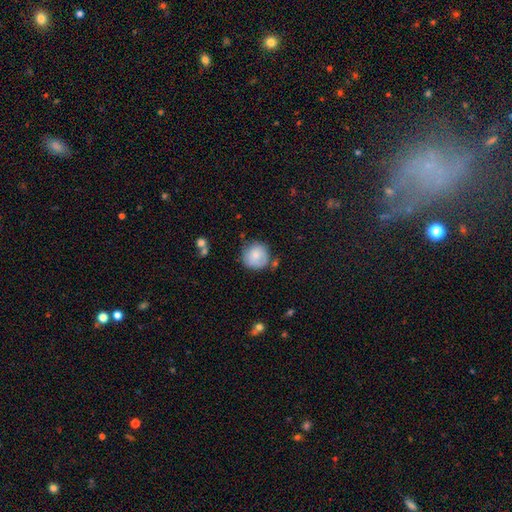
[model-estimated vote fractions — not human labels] Smooth or featured? smooth (80%)
How rounded? round (91%)
Merging? none (66%)